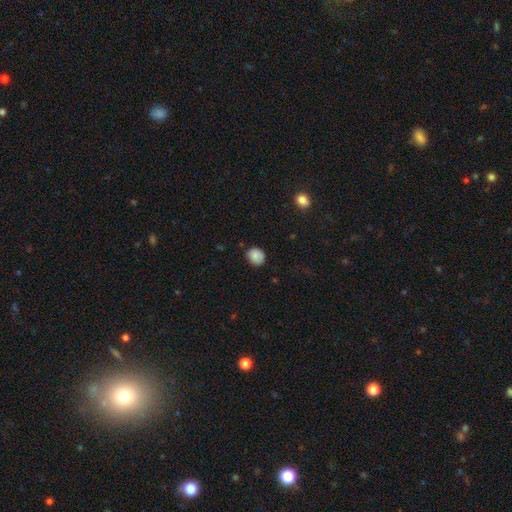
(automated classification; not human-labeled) Smooth or featured: smooth — 84% (star or artifact — 9%)
How rounded: round — 72% (in between — 27%)
Merging: none — 77% (minor disturbance — 18%)